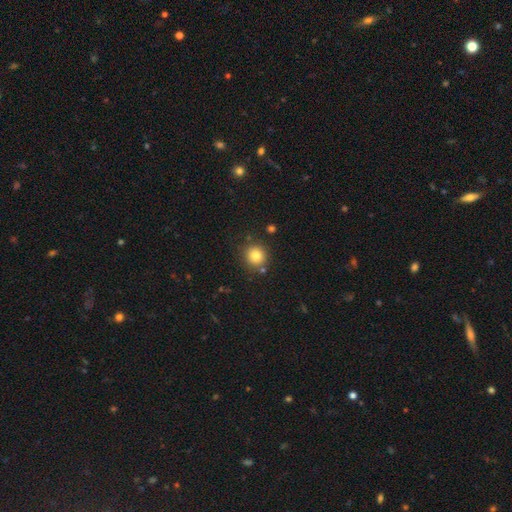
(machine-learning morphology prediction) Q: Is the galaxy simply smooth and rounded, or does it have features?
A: smooth — 81%.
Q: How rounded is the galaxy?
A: round — 92%.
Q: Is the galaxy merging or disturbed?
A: none — 85%.